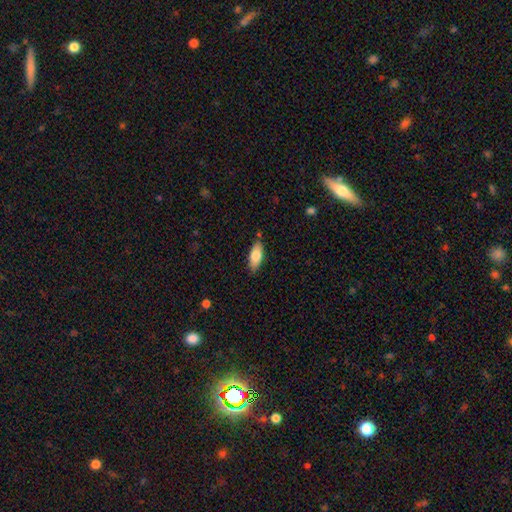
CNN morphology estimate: smooth 78%, featured or disk 16%, star or artifact 6%. Down the decision tree: how rounded — in between (81%); merging — none (82%).